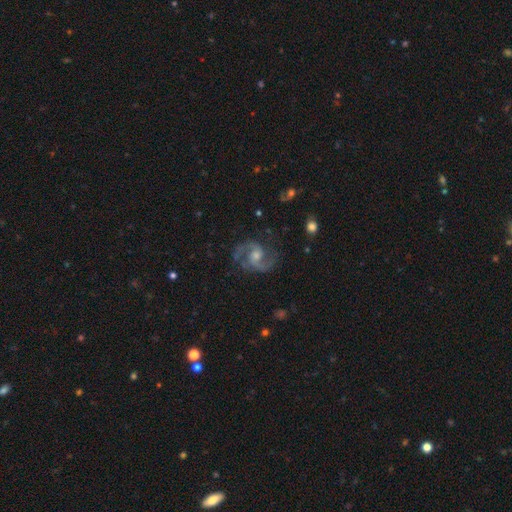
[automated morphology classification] A featured or disk galaxy (90%) with no bar (49%), 2 (92%) medium (64%) spiral arms (98%) and a moderate central bulge (50%).

Vote fractions:
- Smooth or featured? featured or disk: 90% / star or artifact: 6% / smooth: 4%
- Edge-on disk? no: 98% / yes: 2%
- Bar? no: 49% / weak: 42% / strong: 9%
- Spiral arms? yes: 98% / no: 2%
- Spiral winding? medium: 64% / loose: 20% / tight: 15%
- Spiral arm count? 2: 92% / 3: 3% / can't tell: 2% / 1: 1% / 4: 1% / more than 4: 1%
- Bulge size? moderate: 50% / small: 37% / none: 6% / large: 6% / dominant: 1%
- Merging? none: 78% / minor disturbance: 14% / major disturbance: 6% / merger: 1%